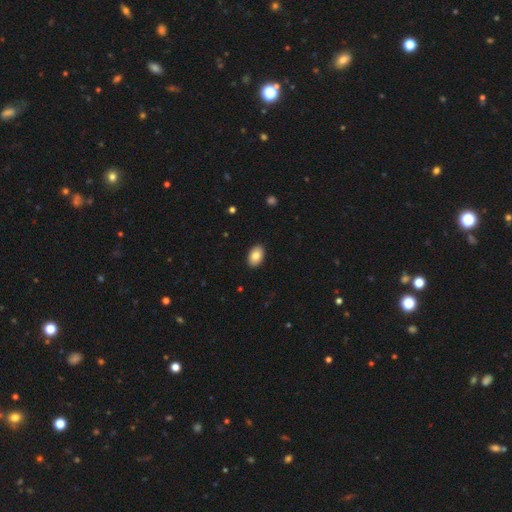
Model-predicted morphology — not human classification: A smooth galaxy with no disk features (84%) that is in between round and cigar-shaped (91%).

Vote fractions:
- Smooth or featured? smooth: 84% / featured or disk: 10% / star or artifact: 7%
- How rounded? in between: 91% / round: 8% / cigar-shaped: 1%
- Merging? none: 90% / minor disturbance: 7% / major disturbance: 2% / merger: 1%